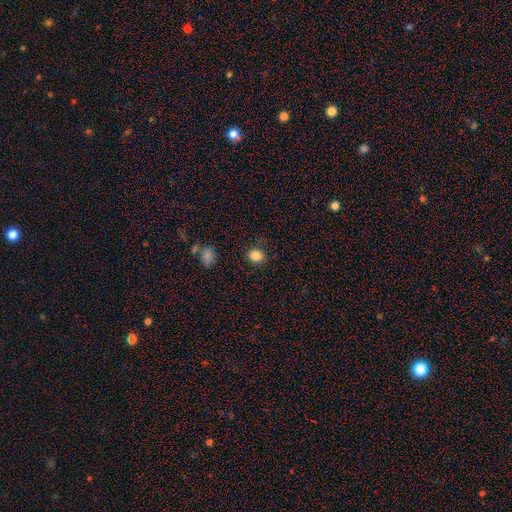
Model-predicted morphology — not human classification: smooth_or_featured: smooth (p=0.84) [alt: star or artifact p=0.11]
how_rounded: round (p=0.84) [alt: in between p=0.15]
merging: none (p=0.86) [alt: minor disturbance p=0.09]